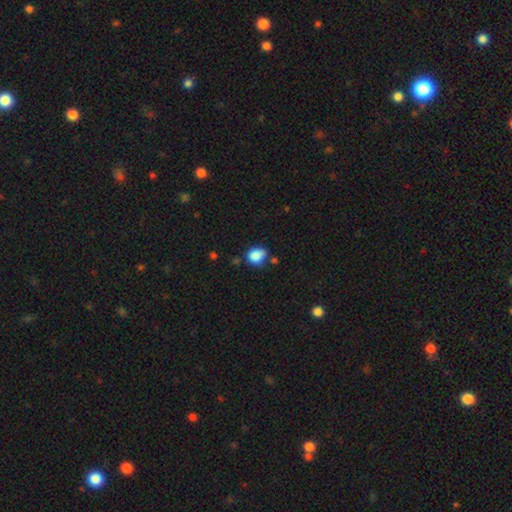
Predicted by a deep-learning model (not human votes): This appears to be a smooth galaxy with no disk features (83%) that is round (62%). Merging: none (47%).